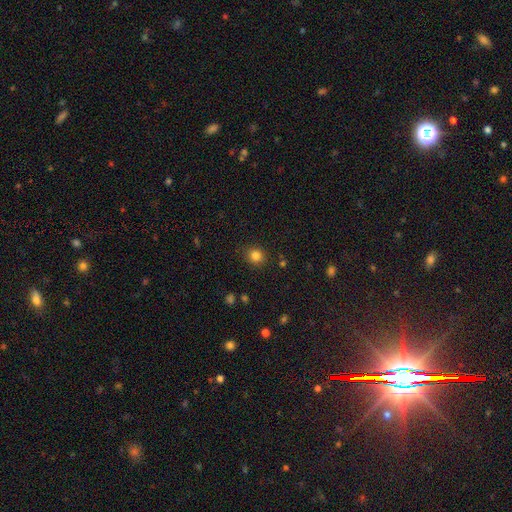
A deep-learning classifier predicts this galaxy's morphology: smooth 82%, star or artifact 13%, featured or disk 5%. Down the decision tree: how rounded — round (87%); merging — none (88%).